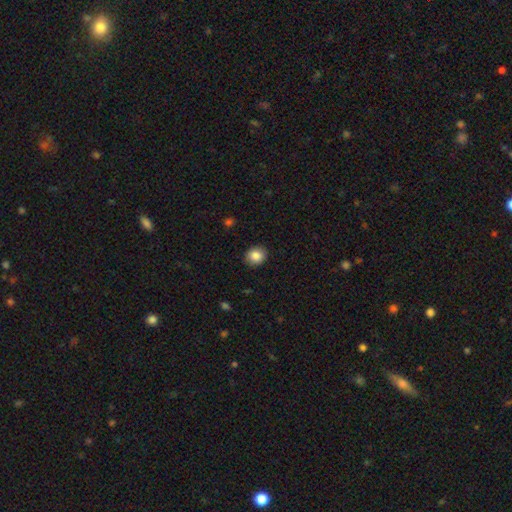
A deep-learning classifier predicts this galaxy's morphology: smooth_or_featured: smooth (p=0.86) [alt: star or artifact p=0.09]
how_rounded: round (p=0.71) [alt: in between p=0.28]
merging: none (p=0.90) [alt: minor disturbance p=0.07]